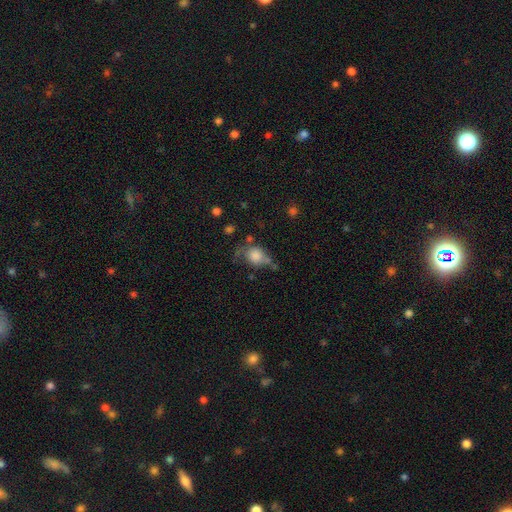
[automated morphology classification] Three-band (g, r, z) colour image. It shows a smooth galaxy with no disk features (78%) that is round (65%). Merging: none (45%).